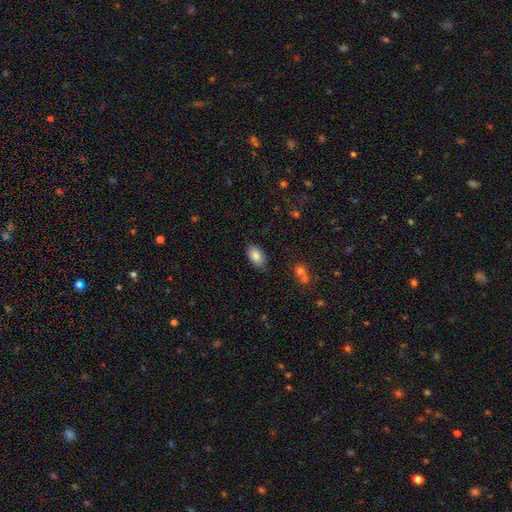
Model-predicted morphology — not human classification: This is clearly a smooth galaxy (86%). How rounded: clearly in between (94%). Merging: likely none (80%).